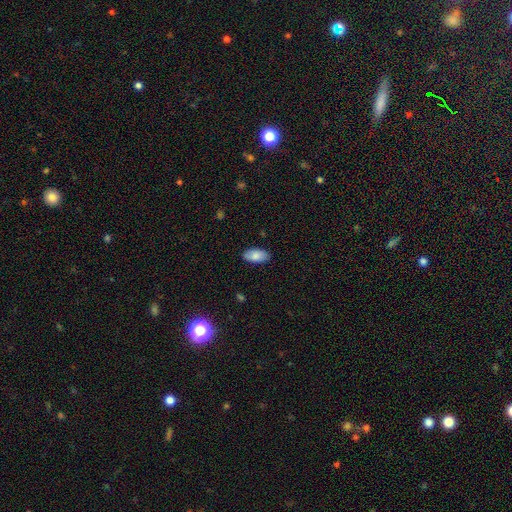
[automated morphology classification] Smooth or featured? Predicted: smooth (p=0.83). How rounded? Predicted: in between (p=0.94). Merging? Predicted: none (p=0.88).